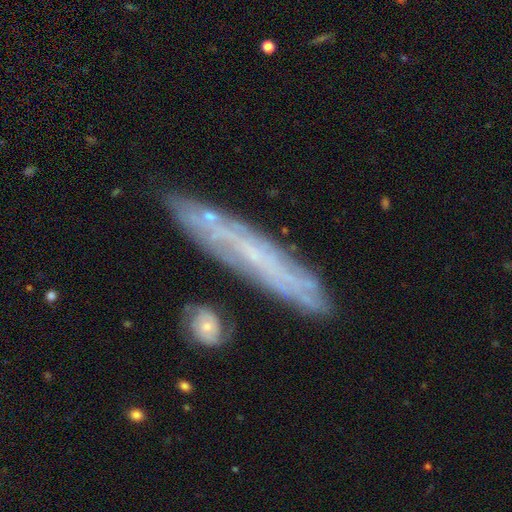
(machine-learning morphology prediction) This is likely a featured or disk galaxy (61%). It is likely viewed edge-on (60%). Merging: likely none (80%).